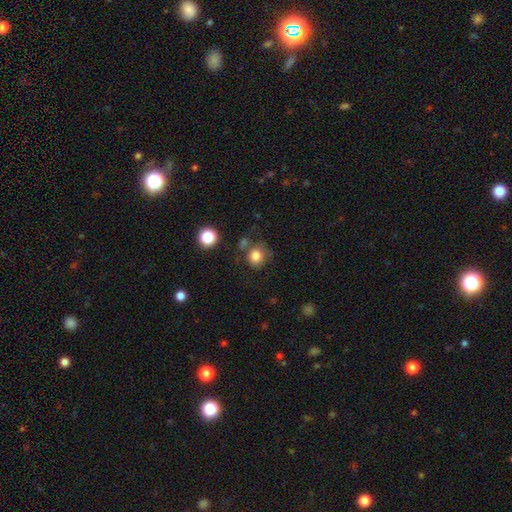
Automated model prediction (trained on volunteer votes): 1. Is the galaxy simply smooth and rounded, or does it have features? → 81% smooth, 11% star or artifact, 7% featured or disk.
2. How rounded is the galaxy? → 77% round, 22% in between, 1% cigar-shaped.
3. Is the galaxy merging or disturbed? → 63% none, 18% minor disturbance, 11% merger, 8% major disturbance.